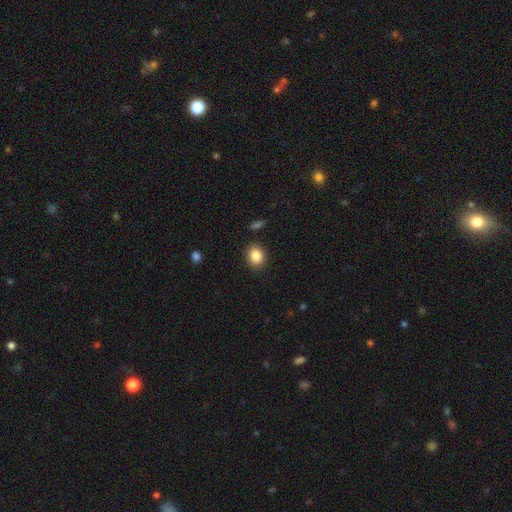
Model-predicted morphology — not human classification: This appears to be a smooth galaxy with no disk features (86%) that is round (57%). Merging: none (88%).